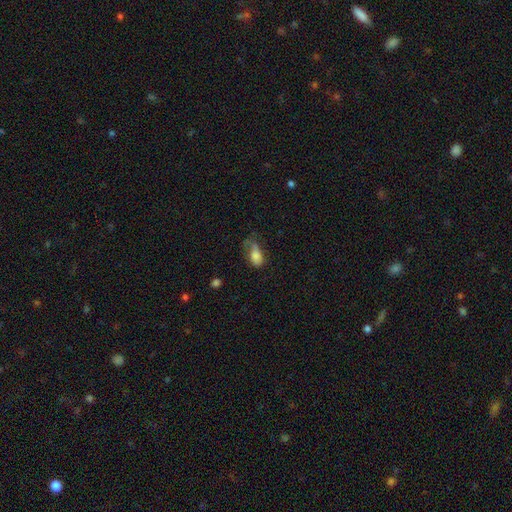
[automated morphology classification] type=smooth (75%); roundness=in between (89%); merging=major disturbance (40%).